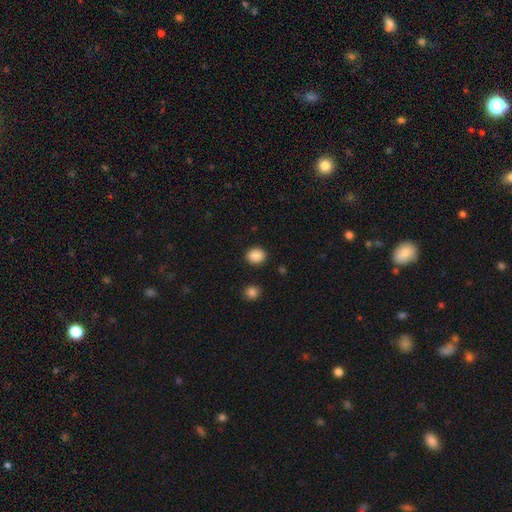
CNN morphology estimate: A smooth galaxy with no disk features (89%) that is round (63%).

Vote fractions:
- Smooth or featured? smooth: 89% / star or artifact: 9% / featured or disk: 3%
- How rounded? round: 63% / in between: 36% / cigar-shaped: 1%
- Merging? none: 89% / minor disturbance: 7% / major disturbance: 2% / merger: 2%